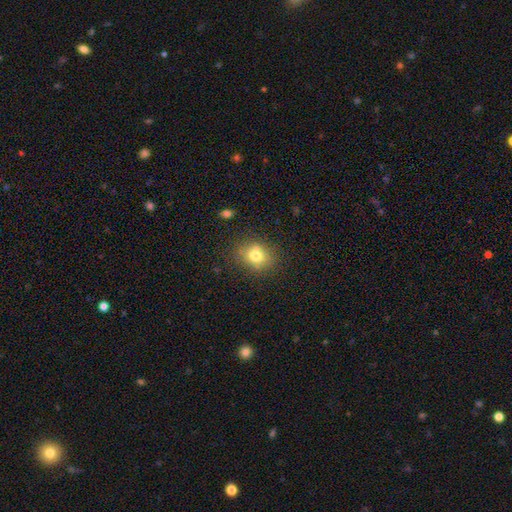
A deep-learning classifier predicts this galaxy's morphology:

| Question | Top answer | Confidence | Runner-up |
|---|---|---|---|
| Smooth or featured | smooth | 76% | star or artifact (13%) |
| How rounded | round | 66% | in between (32%) |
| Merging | none | 77% | minor disturbance (14%) |